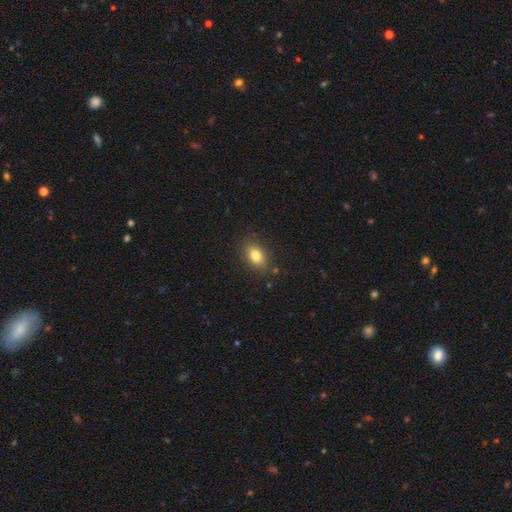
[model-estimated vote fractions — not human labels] smooth-or-featured: smooth: 81% | star or artifact: 10% | featured or disk: 9%
  how-rounded: in between: 81% | round: 18% | cigar-shaped: 2%
  merging: none: 85% | minor disturbance: 10% | major disturbance: 3% | merger: 2%